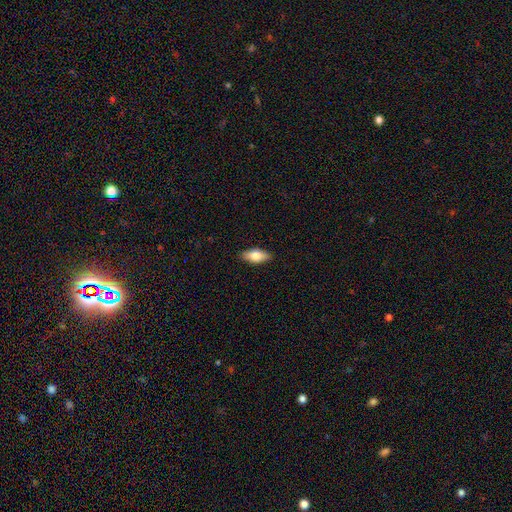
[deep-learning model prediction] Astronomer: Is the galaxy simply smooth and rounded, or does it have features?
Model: smooth — 72%.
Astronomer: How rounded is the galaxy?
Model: in between — 82%.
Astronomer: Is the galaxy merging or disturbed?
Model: none — 88%.